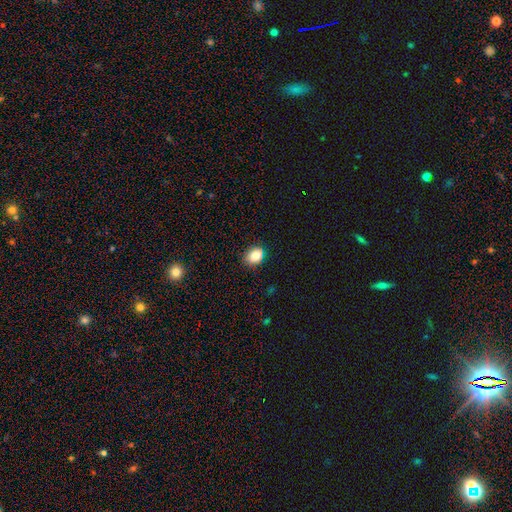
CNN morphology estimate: A smooth galaxy with no disk features (83%) that is in between round and cigar-shaped (56%). Merging: none (87%).